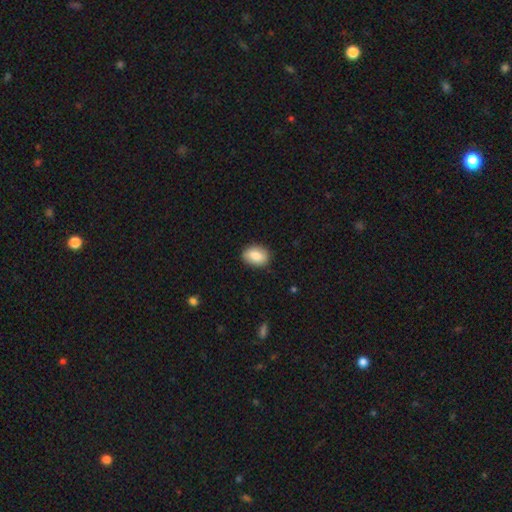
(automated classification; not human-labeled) This appears to be a smooth galaxy with no disk features (85%) that is in between round and cigar-shaped (79%). Merging: none (87%).